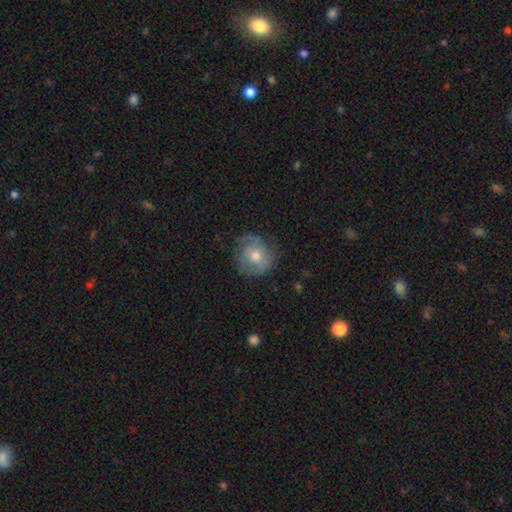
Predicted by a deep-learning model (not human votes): Smooth or featured? Predicted: smooth (p=0.49). Merging? Predicted: none (p=0.65).